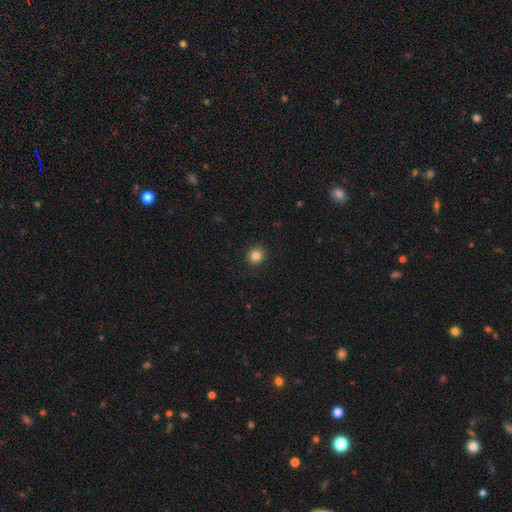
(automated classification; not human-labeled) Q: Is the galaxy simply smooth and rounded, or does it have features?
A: smooth — 84%.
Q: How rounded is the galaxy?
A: round — 88%.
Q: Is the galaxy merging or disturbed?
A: none — 92%.